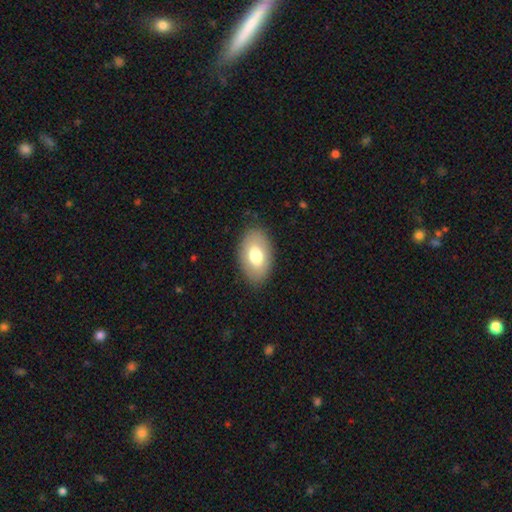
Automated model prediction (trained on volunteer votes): This is likely a smooth galaxy (71%). How rounded: clearly in between (91%). Merging: clearly none (85%).